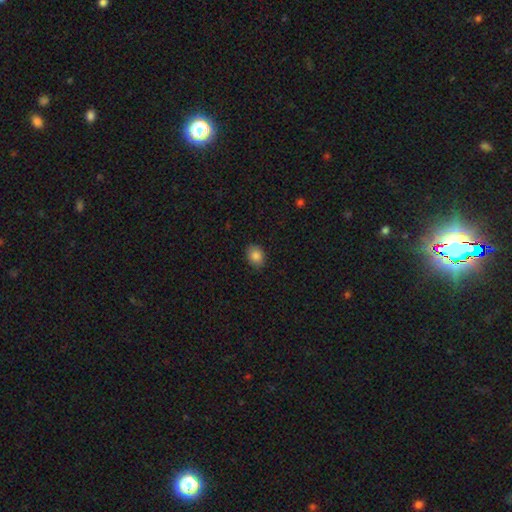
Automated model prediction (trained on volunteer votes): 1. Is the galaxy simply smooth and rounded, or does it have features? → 86% smooth, 9% star or artifact, 5% featured or disk.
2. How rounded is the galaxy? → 55% in between, 44% round, 1% cigar-shaped.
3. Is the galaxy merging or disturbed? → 86% none, 11% minor disturbance, 2% major disturbance, 1% merger.